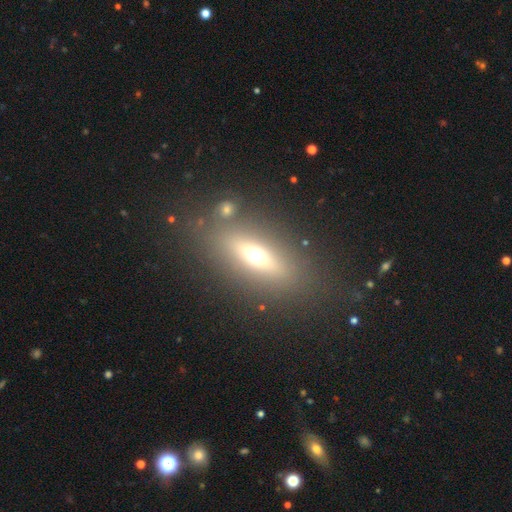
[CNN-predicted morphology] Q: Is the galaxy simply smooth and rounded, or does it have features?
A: smooth — 46%.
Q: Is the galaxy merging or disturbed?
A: none — 79%.